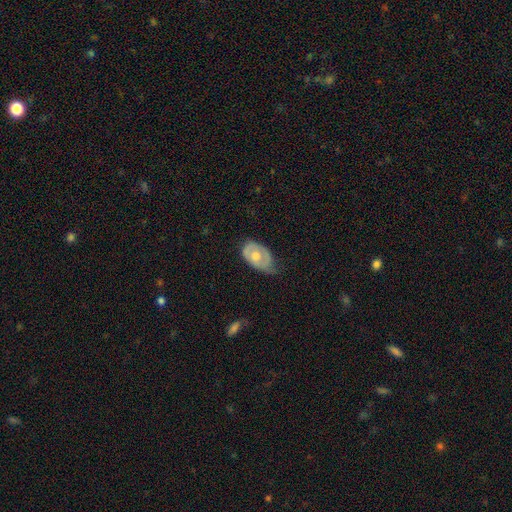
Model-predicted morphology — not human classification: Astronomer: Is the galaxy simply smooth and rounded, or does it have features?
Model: featured or disk — 49% (runner-up: smooth, 46%).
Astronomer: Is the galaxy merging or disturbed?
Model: minor disturbance — 44% (runner-up: none, 37%).